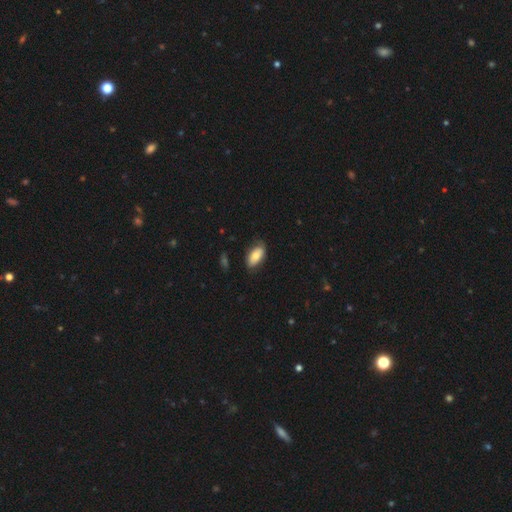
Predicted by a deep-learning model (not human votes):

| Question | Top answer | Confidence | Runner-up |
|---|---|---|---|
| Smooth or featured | smooth | 75% | featured or disk (18%) |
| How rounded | in between | 93% | cigar-shaped (4%) |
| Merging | none | 75% | minor disturbance (19%) |